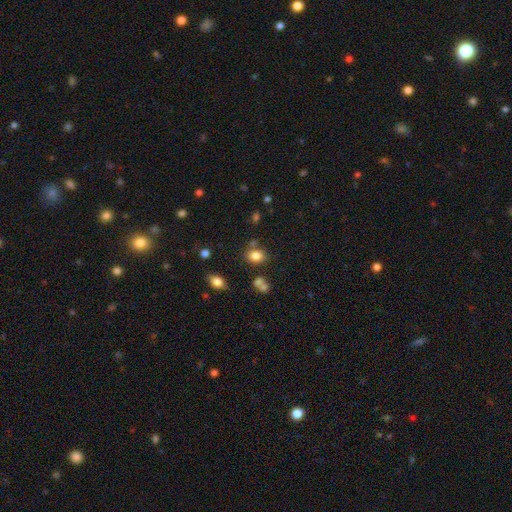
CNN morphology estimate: A smooth galaxy with no disk features (81%) that is in between round and cigar-shaped (54%). Merging: none (69%).